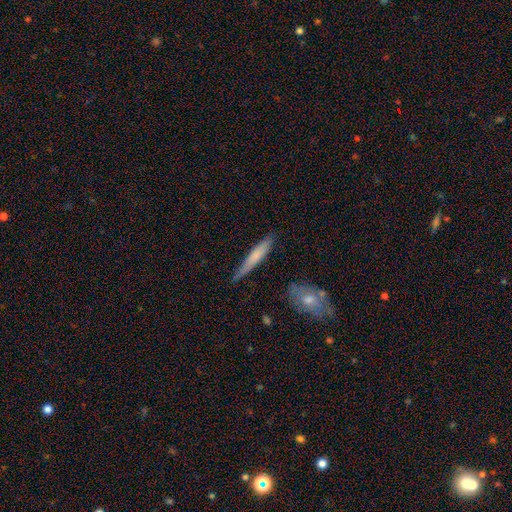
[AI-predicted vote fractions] smooth-or-featured: smooth: 68% | featured or disk: 26% | star or artifact: 6%
  how-rounded: cigar-shaped: 91% | in between: 7% | round: 1%
  merging: none: 74% | minor disturbance: 20% | major disturbance: 3% | merger: 3%